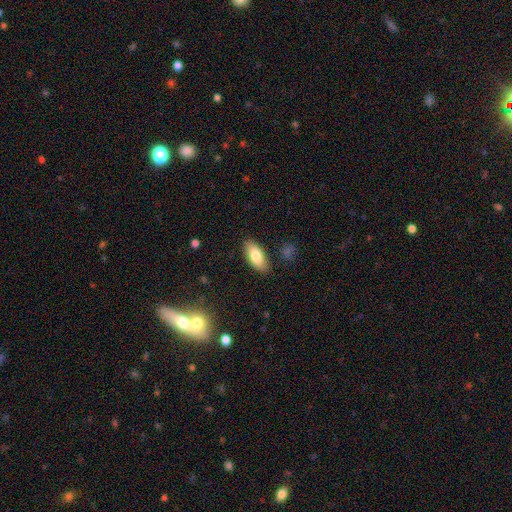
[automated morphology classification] The model was most divided on "smooth or featured": smooth: 81%, featured or disk: 13%, star or artifact: 7%. More confident: how rounded — in between (87%); merging — none (86%).